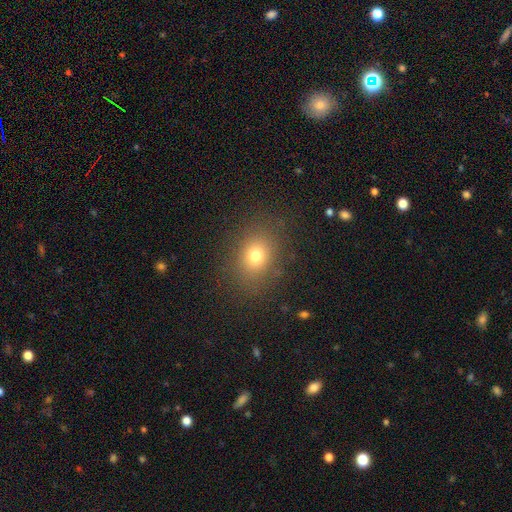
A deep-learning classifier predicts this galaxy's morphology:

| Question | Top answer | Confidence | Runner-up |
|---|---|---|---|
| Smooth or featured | smooth | 75% | star or artifact (15%) |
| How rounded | round | 50% | in between (49%) |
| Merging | none | 84% | minor disturbance (10%) |